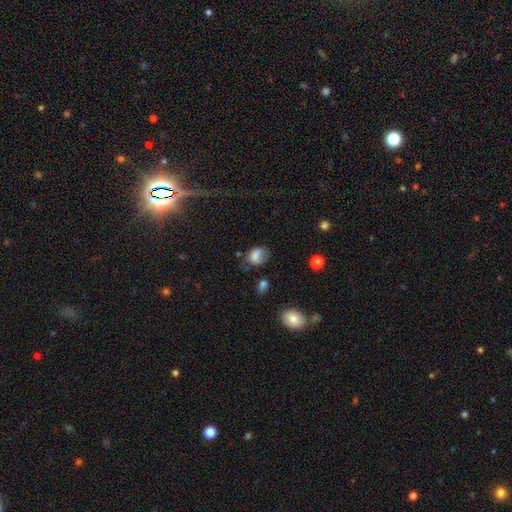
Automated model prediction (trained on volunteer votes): smooth_or_featured: smooth (p=0.76) [alt: featured or disk p=0.14]
how_rounded: in between (p=0.69) [alt: round p=0.30]
merging: none (p=0.45) [alt: minor disturbance p=0.33]